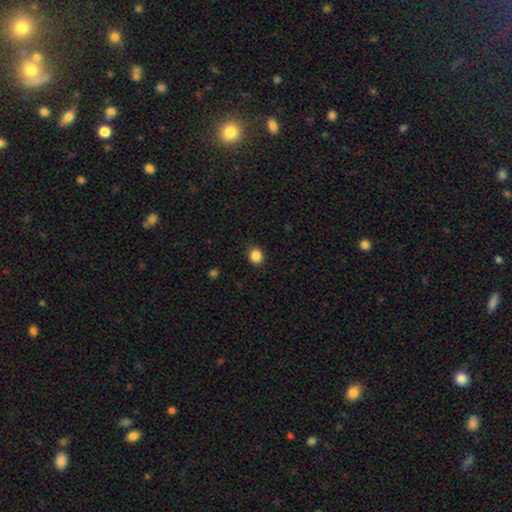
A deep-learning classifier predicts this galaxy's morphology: Overall: smooth (87%). How rounded: round (74%). Merging: none (89%).